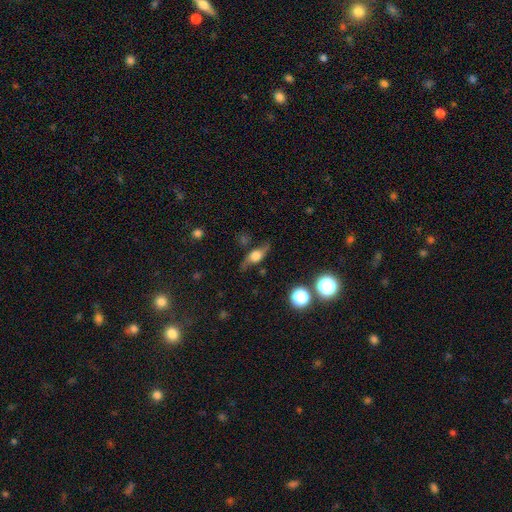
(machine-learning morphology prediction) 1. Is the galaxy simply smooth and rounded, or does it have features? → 56% featured or disk, 34% smooth, 10% star or artifact.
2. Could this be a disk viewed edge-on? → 56% yes, 44% no.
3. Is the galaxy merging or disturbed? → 70% none, 19% minor disturbance, 9% major disturbance, 2% merger.